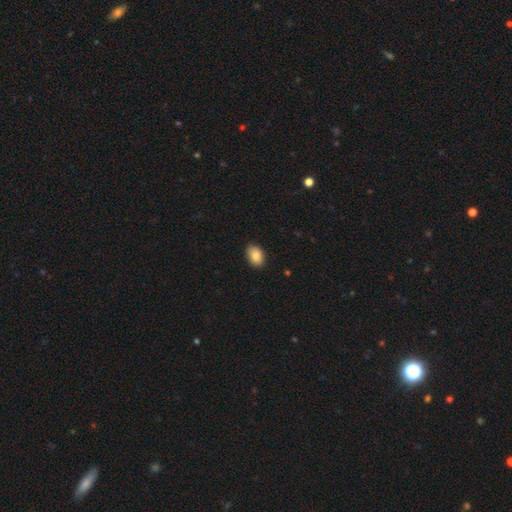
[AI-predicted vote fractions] Smooth or featured: smooth — 87% (star or artifact — 7%)
How rounded: in between — 83% (round — 16%)
Merging: none — 88% (minor disturbance — 10%)